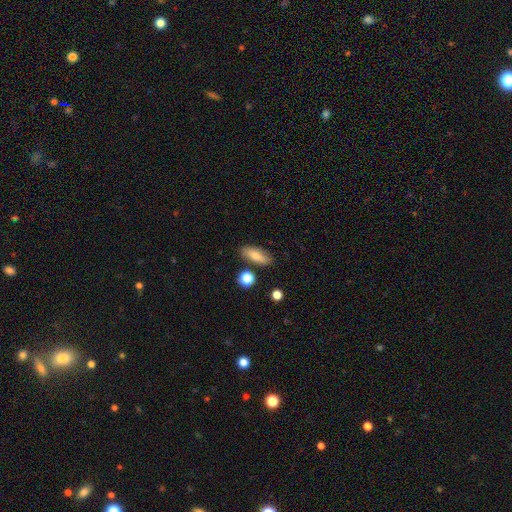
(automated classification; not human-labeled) smooth 74%, featured or disk 18%, star or artifact 8%. Down the decision tree: how rounded — in between (70%); merging — none (81%).